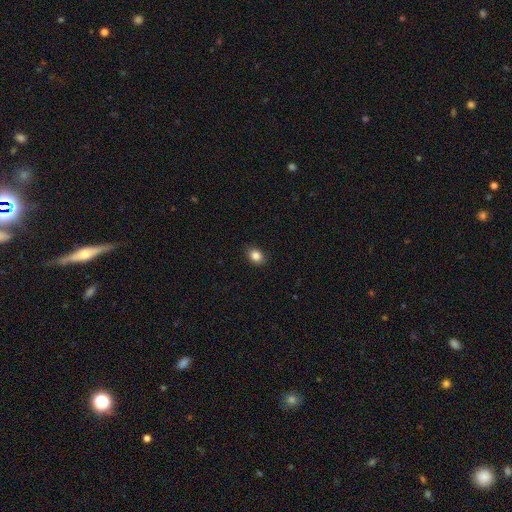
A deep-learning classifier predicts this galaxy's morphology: smooth_or_featured: smooth (p=0.85) [alt: star or artifact p=0.10]
how_rounded: in between (p=0.62) [alt: round p=0.37]
merging: none (p=0.89) [alt: minor disturbance p=0.08]